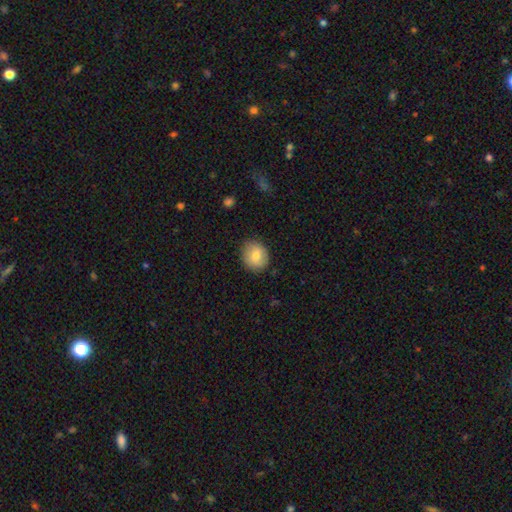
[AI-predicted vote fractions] A smooth galaxy with no disk features (75%) that is round (72%). Merging: none (83%).